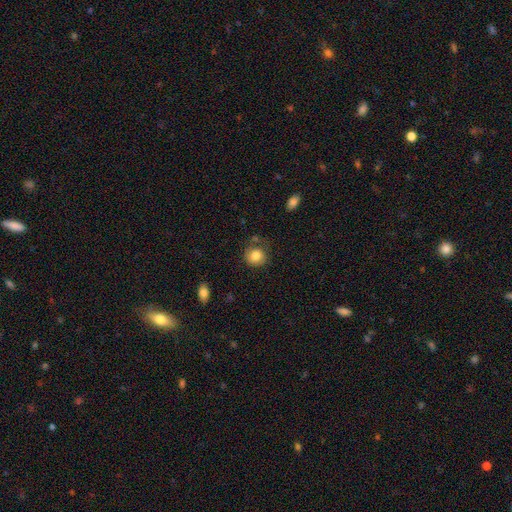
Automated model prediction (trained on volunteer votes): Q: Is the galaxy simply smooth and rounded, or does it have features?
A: smooth — 83%.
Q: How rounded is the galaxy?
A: round — 85%.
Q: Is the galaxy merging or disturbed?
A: none — 73%.